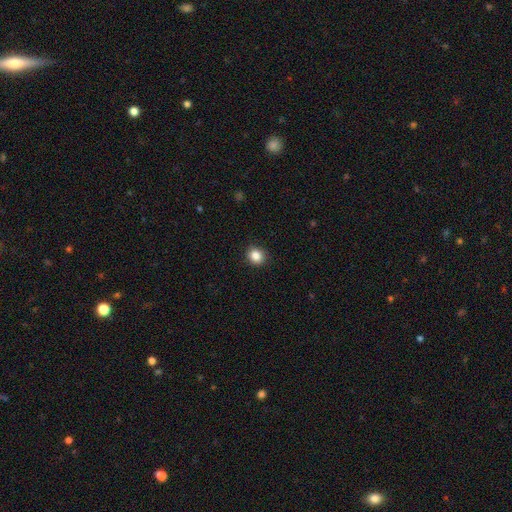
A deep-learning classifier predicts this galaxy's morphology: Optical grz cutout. It shows a smooth galaxy with no disk features (86%) that is round (80%). Merging: none (90%).